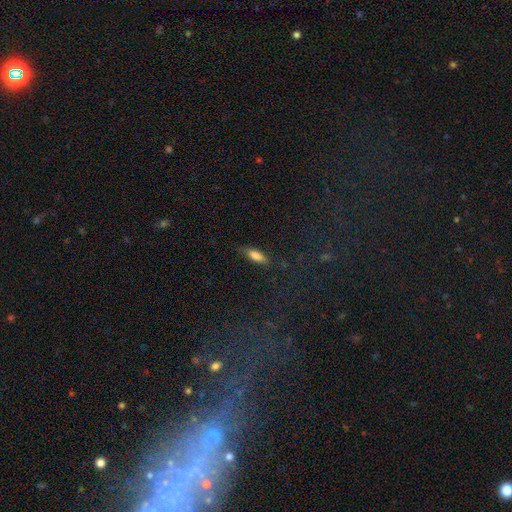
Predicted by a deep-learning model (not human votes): Smooth or featured: smooth — 80% (featured or disk — 11%)
How rounded: in between — 61% (cigar-shaped — 37%)
Merging: none — 76% (minor disturbance — 18%)